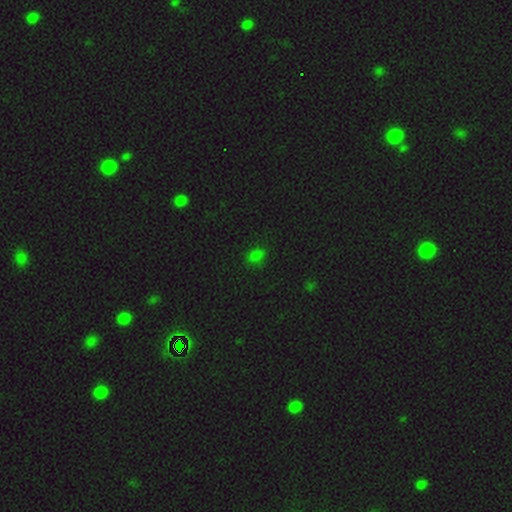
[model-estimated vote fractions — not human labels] A smooth galaxy with no disk features (70%) that is in between round and cigar-shaped (67%). Merging: none (82%).